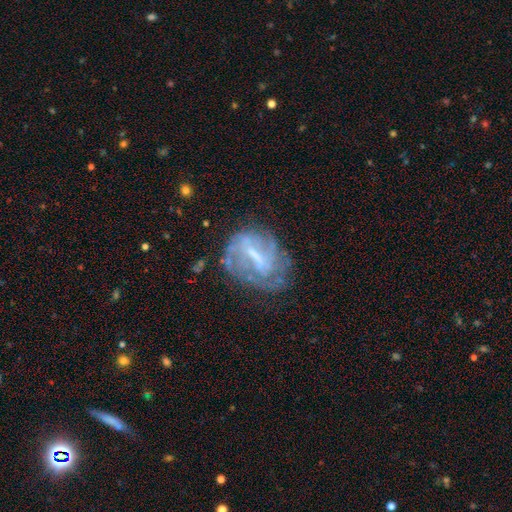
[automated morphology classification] A featured or disk galaxy (75%) with a strong bar (47%), spiral arms (69%) and a small central bulge (39%).

Vote fractions:
- Smooth or featured? featured or disk: 75% / smooth: 16% / star or artifact: 9%
- Edge-on disk? no: 96% / yes: 4%
- Bar? strong: 47% / weak: 41% / no: 12%
- Spiral arms? yes: 69% / no: 31%
- Bulge size? small: 39% / moderate: 30% / none: 26% / large: 4% / dominant: 1%
- Merging? none: 57% / minor disturbance: 23% / major disturbance: 17% / merger: 3%